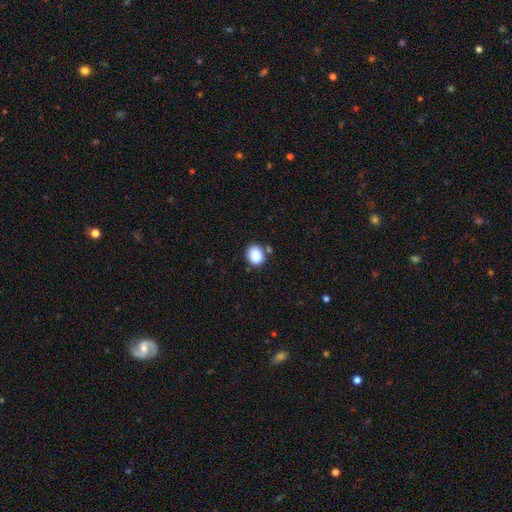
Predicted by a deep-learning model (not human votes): Morphology: type=smooth (88%); roundness=round (52%); merging=none (74%).